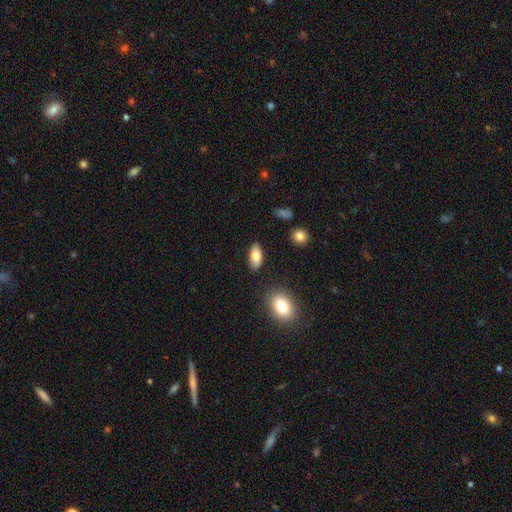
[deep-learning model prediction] Q: Smooth or featured?
A: smooth (81%); runner-up: featured or disk (12%)
Q: How rounded?
A: in between (90%); runner-up: cigar-shaped (7%)
Q: Merging?
A: none (86%); runner-up: minor disturbance (10%)